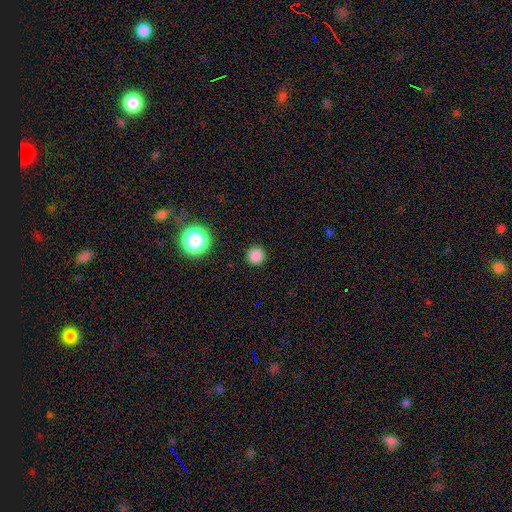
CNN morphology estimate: smooth 83%, star or artifact 14%, featured or disk 3%. Down the decision tree: how rounded — round (96%); merging — none (92%).